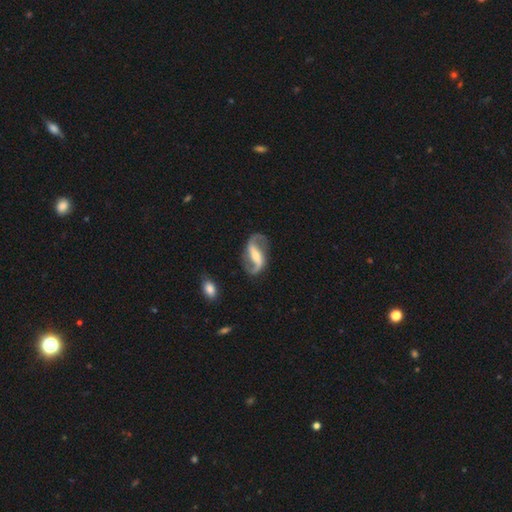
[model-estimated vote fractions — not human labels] Overall: featured or disk (90%). Edge-on disk: no (97%). Bar: strong (51%; weak 32%). Spiral arms: yes (97%). Spiral arm count: 2 (93%). Spiral winding: loose (64%; medium 29%). Bulge size: moderate (42%, tied with small). Merging: none (80%).